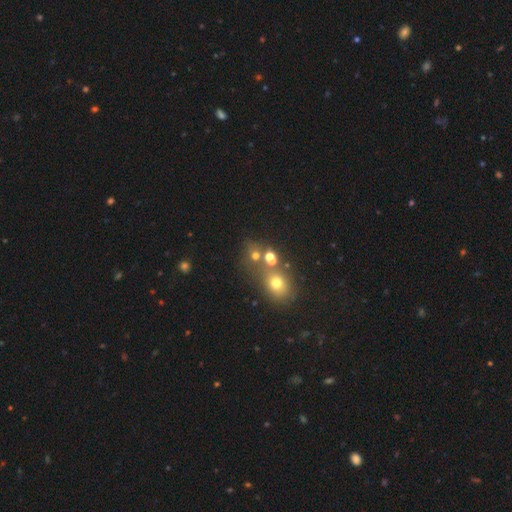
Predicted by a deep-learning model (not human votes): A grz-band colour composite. It shows a smooth galaxy with no disk features (60%) that is round (74%). Merging: none (49%).